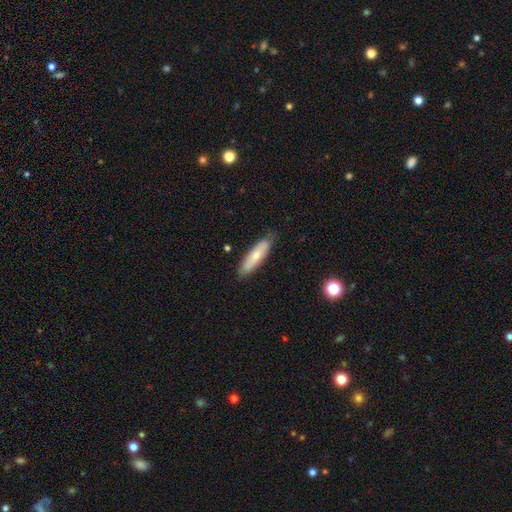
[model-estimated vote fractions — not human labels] smooth_or_featured: smooth (p=0.70) [alt: featured or disk p=0.24]
how_rounded: cigar-shaped (p=0.68) [alt: in between p=0.30]
merging: none (p=0.82) [alt: minor disturbance p=0.15]